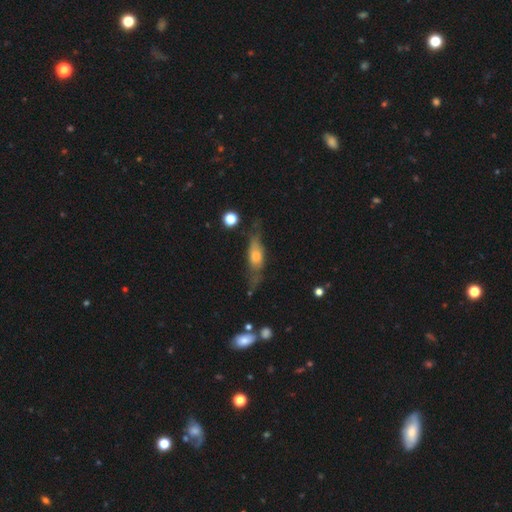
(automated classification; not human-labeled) This appears to be a smooth galaxy with no disk features (50%). Merging: none (52%).